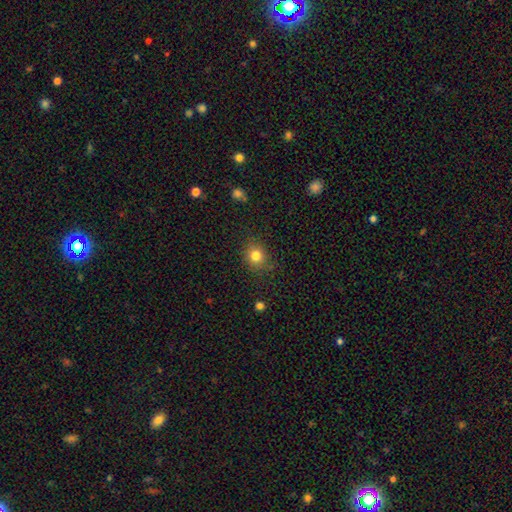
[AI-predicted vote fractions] A smooth galaxy with no disk features (81%) that is round (79%).

Vote fractions:
- Smooth or featured? smooth: 81% / star or artifact: 12% / featured or disk: 6%
- How rounded? round: 79% / in between: 20% / cigar-shaped: 1%
- Merging? none: 84% / minor disturbance: 12% / major disturbance: 3% / merger: 1%